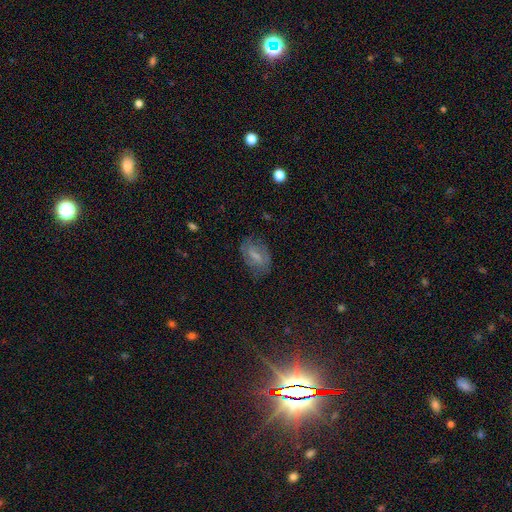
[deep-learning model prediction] Q: Smooth or featured?
A: smooth (46%); runner-up: featured or disk (41%)
Q: Merging?
A: none (68%); runner-up: minor disturbance (21%)